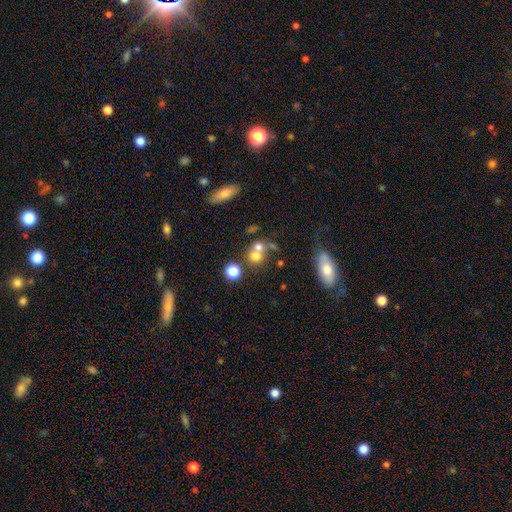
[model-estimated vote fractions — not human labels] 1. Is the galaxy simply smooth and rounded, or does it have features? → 69% smooth, 17% featured or disk, 15% star or artifact.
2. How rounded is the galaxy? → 77% round, 21% in between, 1% cigar-shaped.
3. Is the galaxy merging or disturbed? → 51% merger, 36% none, 8% minor disturbance, 5% major disturbance.